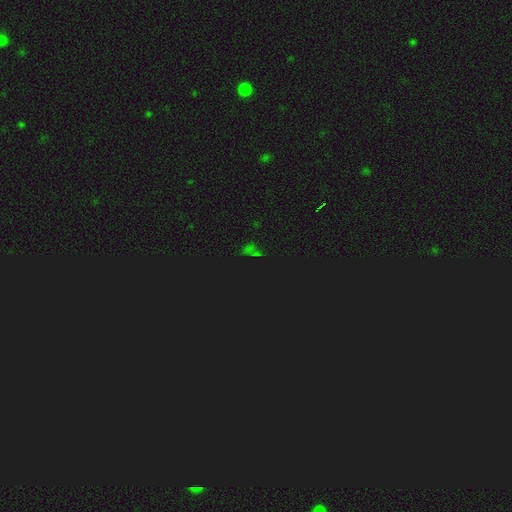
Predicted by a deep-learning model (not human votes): Smooth or featured? star or artifact (71%)